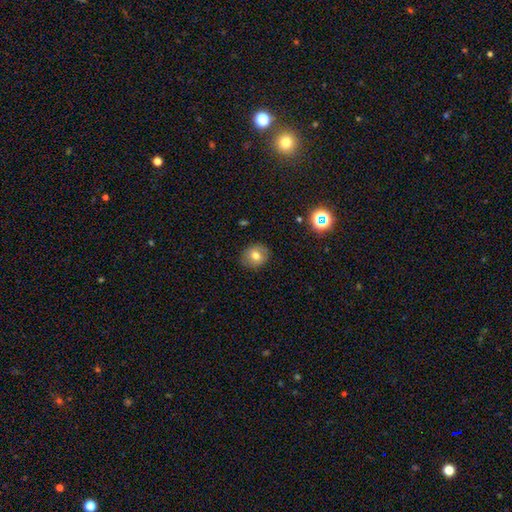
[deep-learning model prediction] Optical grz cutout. It shows a smooth galaxy with no disk features (71%) that is round (76%). Merging: none (86%).